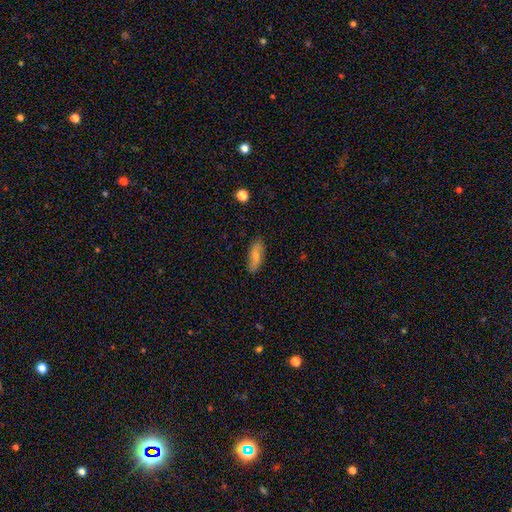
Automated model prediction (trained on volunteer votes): Morphology: type=smooth (73%); roundness=in between (71%); merging=none (79%).